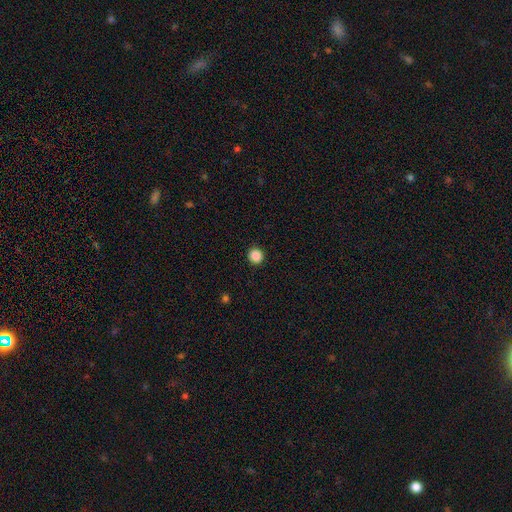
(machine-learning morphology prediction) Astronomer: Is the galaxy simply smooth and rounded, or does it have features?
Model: smooth — 88%.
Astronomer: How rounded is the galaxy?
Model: round — 94%.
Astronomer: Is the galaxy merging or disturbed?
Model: none — 93%.